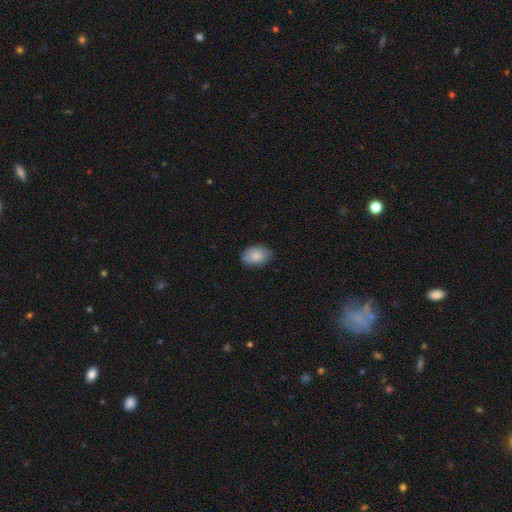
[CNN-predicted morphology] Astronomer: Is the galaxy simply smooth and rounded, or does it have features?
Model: smooth — 84%.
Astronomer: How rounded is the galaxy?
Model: in between — 85%.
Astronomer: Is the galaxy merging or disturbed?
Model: none — 80%.